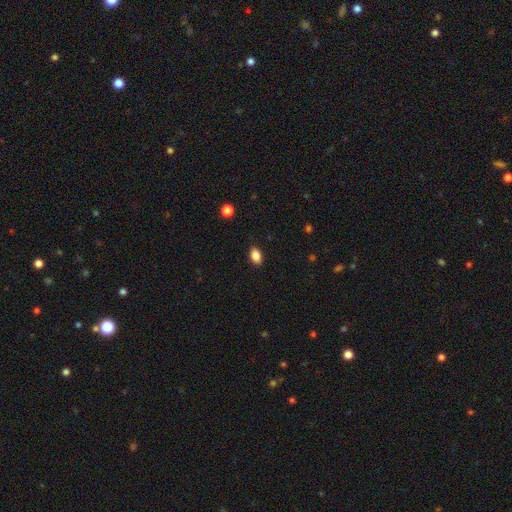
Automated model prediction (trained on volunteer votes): A smooth galaxy with no disk features (86%) that is in between round and cigar-shaped (88%).

Vote fractions:
- Smooth or featured? smooth: 86% / star or artifact: 9% / featured or disk: 5%
- How rounded? in between: 88% / round: 10% / cigar-shaped: 2%
- Merging? none: 87% / minor disturbance: 9% / major disturbance: 2% / merger: 1%